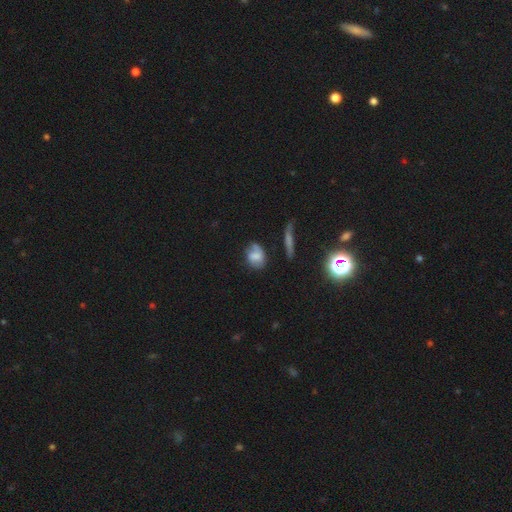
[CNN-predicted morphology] Smooth or featured?
  - smooth: 61% *
  - featured or disk: 29%
  - star or artifact: 11%
How rounded?
  - in between: 59% *
  - round: 38%
  - cigar-shaped: 3%
Merging?
  - none: 56% *
  - minor disturbance: 29%
  - major disturbance: 10%
  - merger: 5%